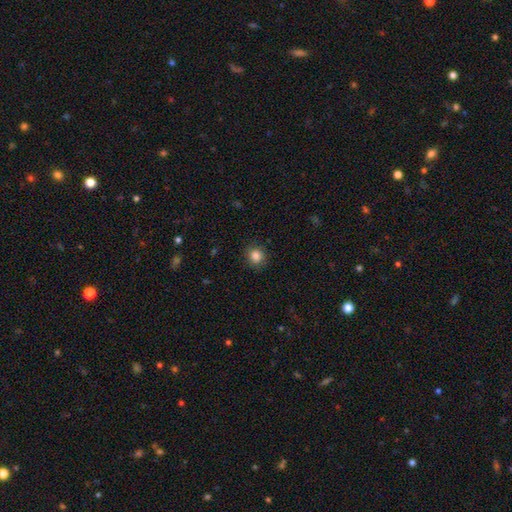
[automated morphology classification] Smooth or featured? smooth (85%)
How rounded? round (87%)
Merging? none (88%)